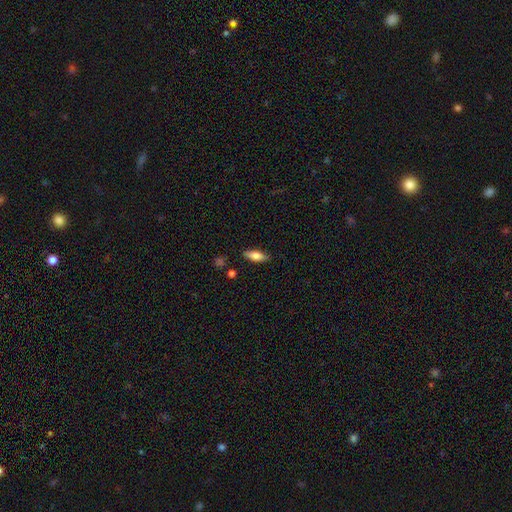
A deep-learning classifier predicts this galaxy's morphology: A smooth galaxy with no disk features (67%) that is in between round and cigar-shaped (66%).

Vote fractions:
- Smooth or featured? smooth: 67% / featured or disk: 26% / star or artifact: 7%
- How rounded? in between: 66% / cigar-shaped: 32% / round: 3%
- Merging? none: 86% / minor disturbance: 10% / major disturbance: 2% / merger: 2%